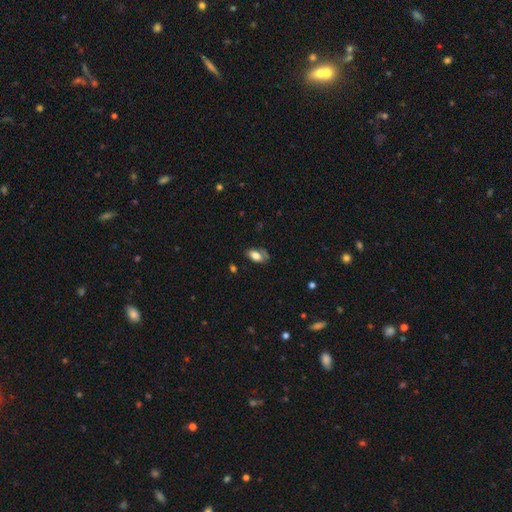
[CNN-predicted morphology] Smooth or featured? Predicted: smooth (p=0.75). How rounded? Predicted: in between (p=0.91). Merging? Predicted: none (p=0.63).